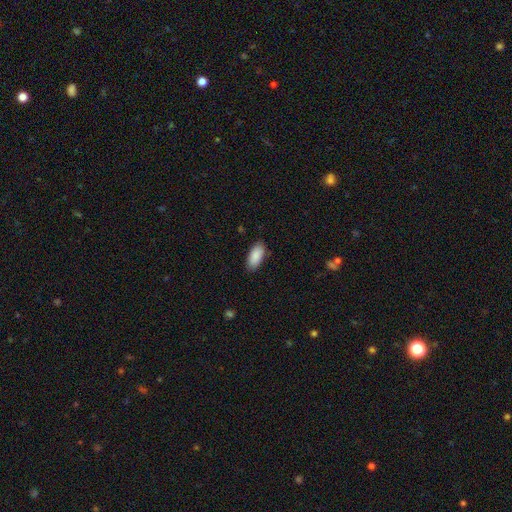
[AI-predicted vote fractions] Smooth or featured?
  - smooth: 89% *
  - star or artifact: 6%
  - featured or disk: 5%
How rounded?
  - in between: 91% *
  - cigar-shaped: 7%
  - round: 2%
Merging?
  - none: 85% *
  - minor disturbance: 11%
  - major disturbance: 2%
  - merger: 1%